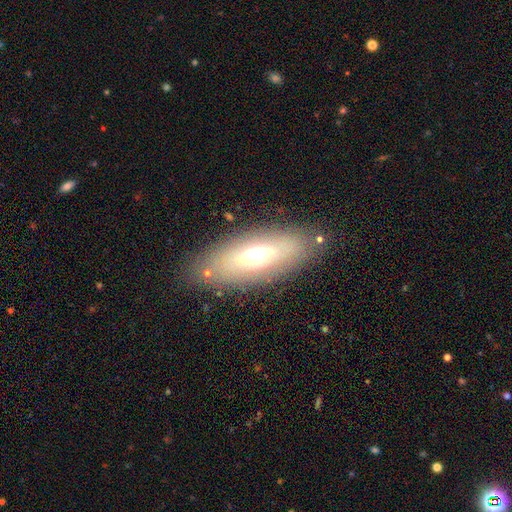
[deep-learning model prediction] Smooth or featured? smooth (51%)
How rounded? in between (73%)
Merging? none (81%)